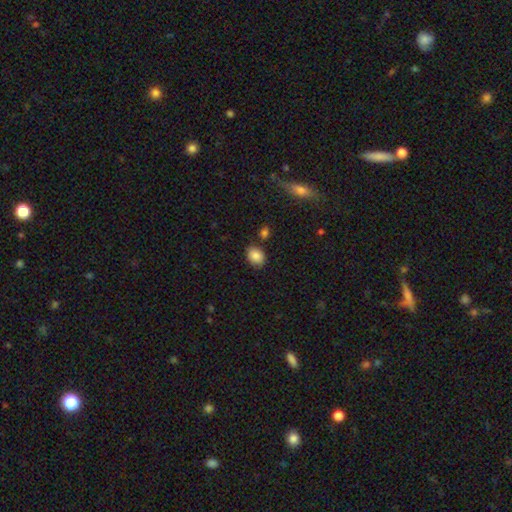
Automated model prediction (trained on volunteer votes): Q: Smooth or featured?
A: smooth (87%); runner-up: star or artifact (8%)
Q: How rounded?
A: in between (68%); runner-up: round (31%)
Q: Merging?
A: none (80%); runner-up: minor disturbance (12%)